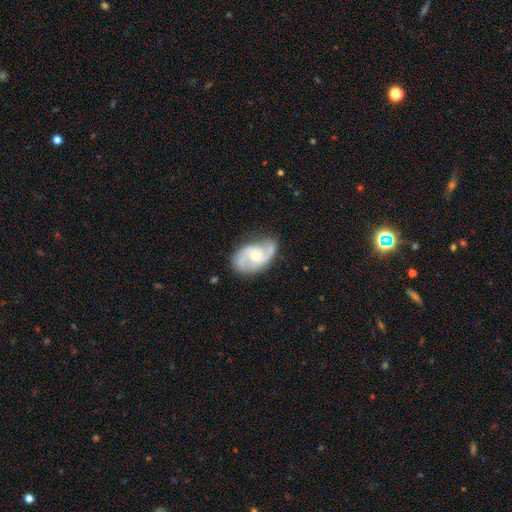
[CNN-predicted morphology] Smooth or featured? Predicted: featured or disk (p=0.78). Edge-on disk? Predicted: no (p=0.96). Bar? Predicted: no (p=0.59). Spiral arms? Predicted: yes (p=0.93). Spiral winding? Predicted: medium (p=0.49). Spiral arm count? Predicted: 2 (p=0.84). Bulge size? Predicted: moderate (p=0.57). Merging? Predicted: none (p=0.68).